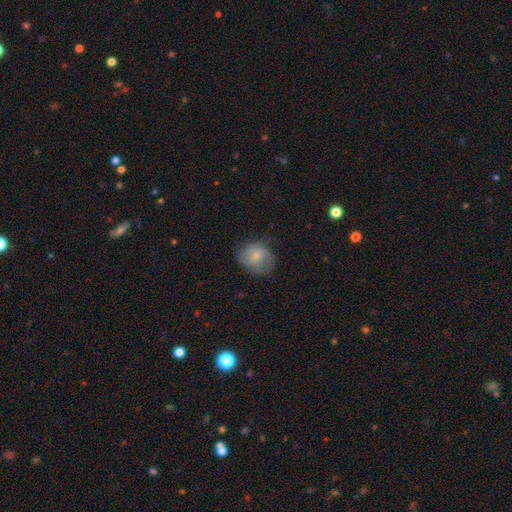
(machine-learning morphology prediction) Q: Smooth or featured?
A: smooth (67%); runner-up: featured or disk (25%)
Q: How rounded?
A: round (71%); runner-up: in between (28%)
Q: Merging?
A: none (60%); runner-up: minor disturbance (27%)